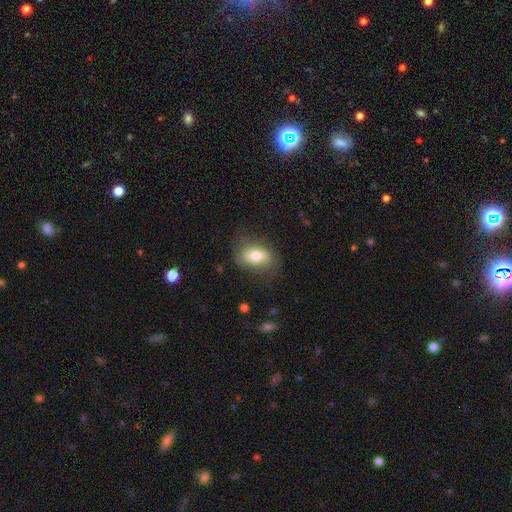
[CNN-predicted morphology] Smooth or featured? Predicted: smooth (p=0.61). How rounded? Predicted: in between (p=0.79). Merging? Predicted: none (p=0.71).